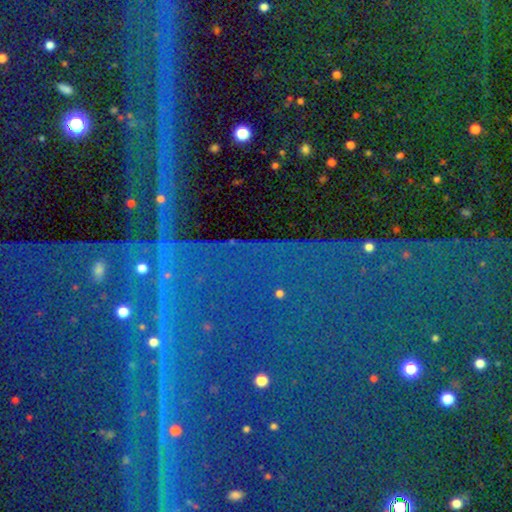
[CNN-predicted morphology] Overall: star or artifact (89%).